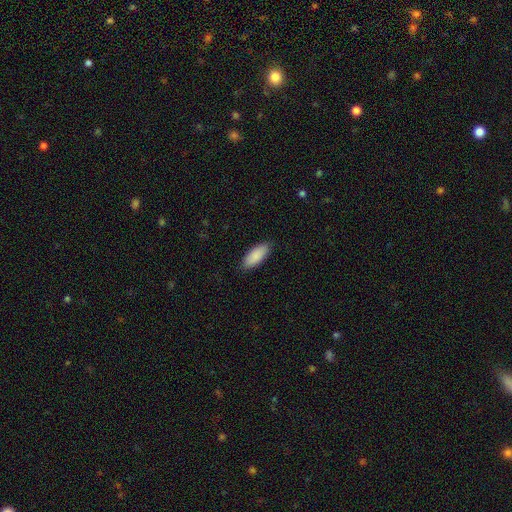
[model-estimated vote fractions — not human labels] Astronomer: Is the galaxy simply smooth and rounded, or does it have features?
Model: smooth — 89%.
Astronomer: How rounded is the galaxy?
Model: in between — 82%.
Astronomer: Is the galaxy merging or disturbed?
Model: none — 87%.